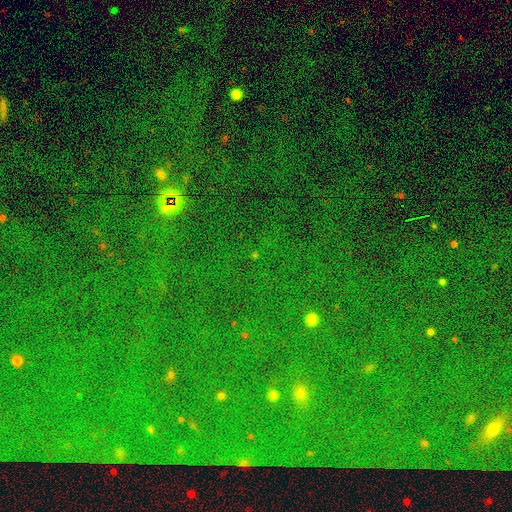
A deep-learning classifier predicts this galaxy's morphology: Smooth or featured?
  - star or artifact: 83% *
  - smooth: 9%
  - featured or disk: 8%